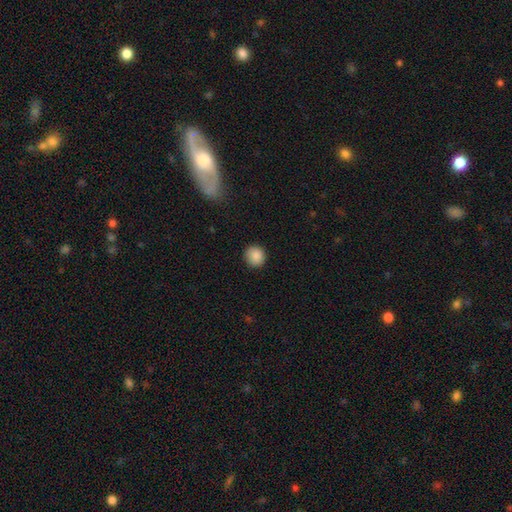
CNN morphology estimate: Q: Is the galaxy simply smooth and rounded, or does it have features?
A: smooth — 88%.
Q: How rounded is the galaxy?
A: round — 91%.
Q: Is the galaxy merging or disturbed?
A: none — 90%.